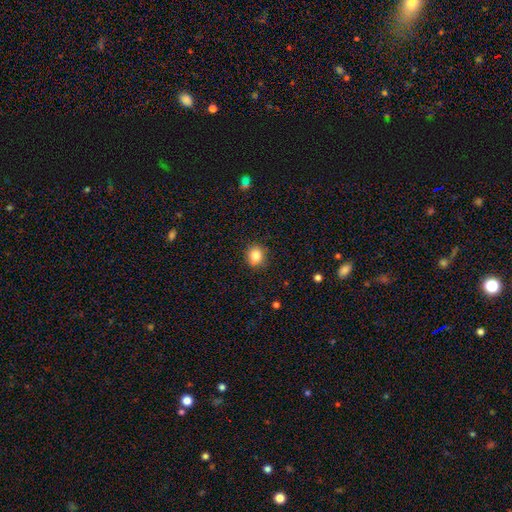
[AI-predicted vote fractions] smooth-or-featured: smooth: 84% | star or artifact: 10% | featured or disk: 6%
  how-rounded: round: 82% | in between: 17% | cigar-shaped: 1%
  merging: none: 88% | minor disturbance: 9% | major disturbance: 2% | merger: 1%